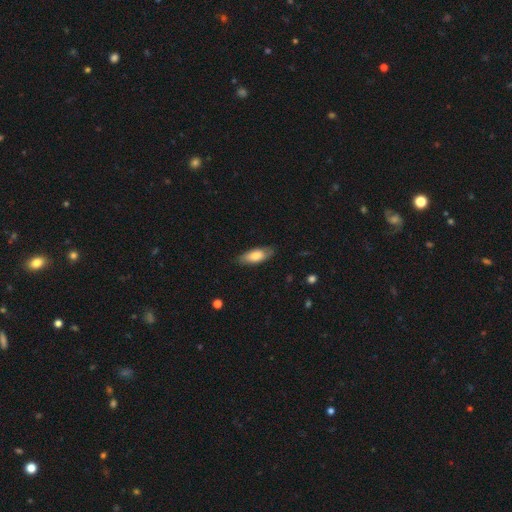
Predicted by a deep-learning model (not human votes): The model was most divided on "how rounded": in between: 75%, cigar-shaped: 23%, round: 2%. More confident: merging — none (80%); smooth or featured — smooth (75%).